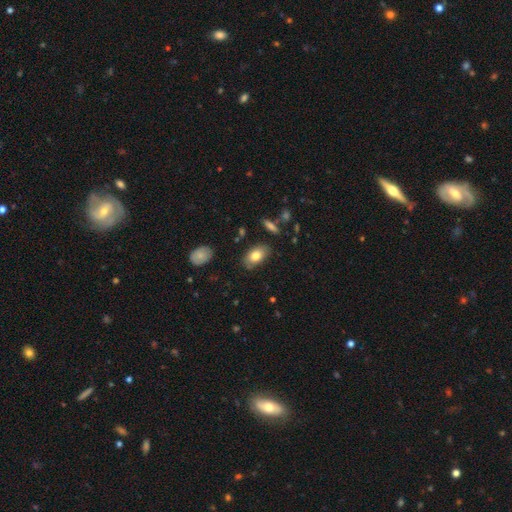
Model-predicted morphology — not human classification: Overall: smooth (79%). How rounded: in between (92%). Merging: none (81%).